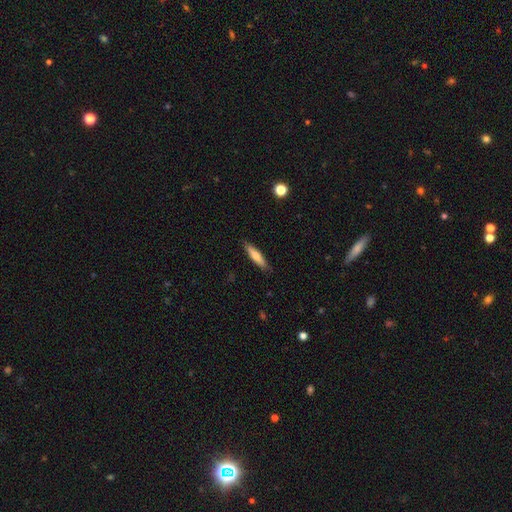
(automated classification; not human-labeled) Smooth or featured: smooth — 67% (featured or disk — 27%)
How rounded: cigar-shaped — 82% (in between — 17%)
Merging: none — 87% (minor disturbance — 10%)